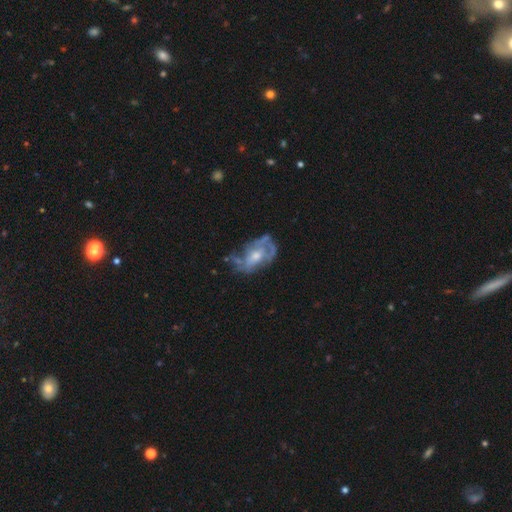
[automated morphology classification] A featured or disk galaxy (73%) with no bar (69%), spiral arms (62%) and a moderate central bulge (59%). Merging: none (47%).